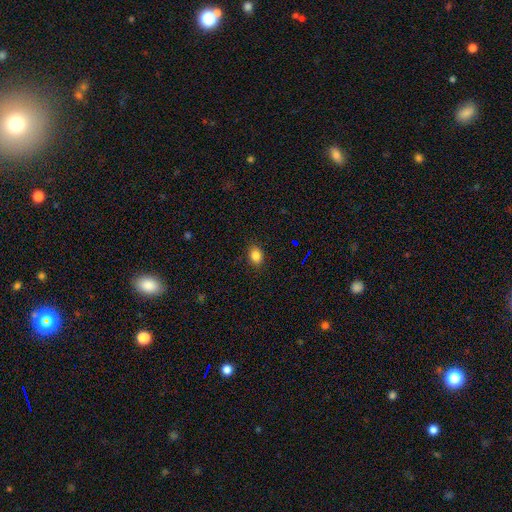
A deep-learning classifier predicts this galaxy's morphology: The model was most divided on "how rounded": in between: 66%, round: 33%, cigar-shaped: 1%. More confident: merging — none (87%); smooth or featured — smooth (85%).